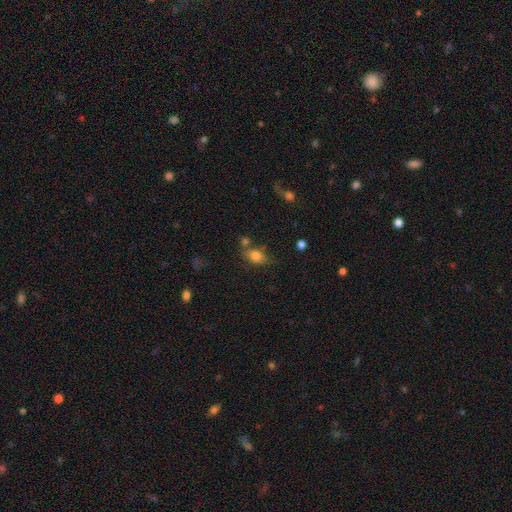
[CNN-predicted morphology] smooth-or-featured: smooth: 80% | star or artifact: 11% | featured or disk: 10%
  how-rounded: in between: 73% | round: 24% | cigar-shaped: 3%
  merging: none: 57% | minor disturbance: 20% | merger: 16% | major disturbance: 8%